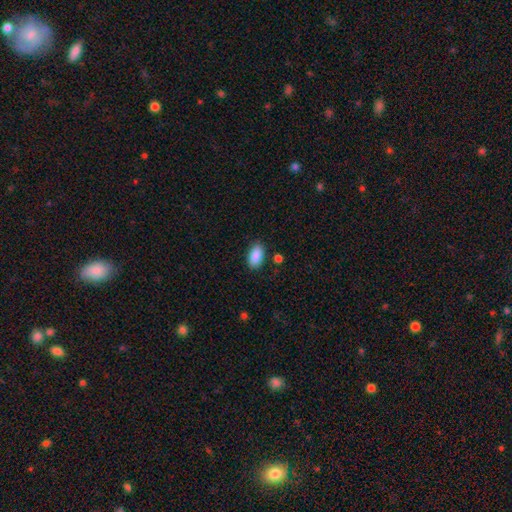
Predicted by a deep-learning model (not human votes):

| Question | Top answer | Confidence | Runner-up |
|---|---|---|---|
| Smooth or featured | smooth | 89% | star or artifact (7%) |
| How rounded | in between | 93% | round (4%) |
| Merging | none | 85% | minor disturbance (10%) |